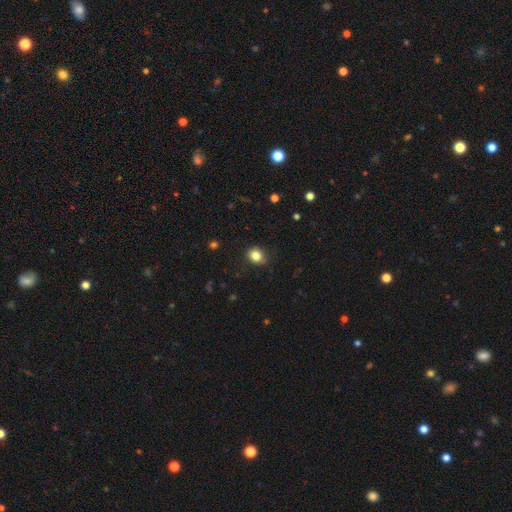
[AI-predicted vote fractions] Morphology: type=smooth (83%); roundness=round (68%); merging=none (82%).